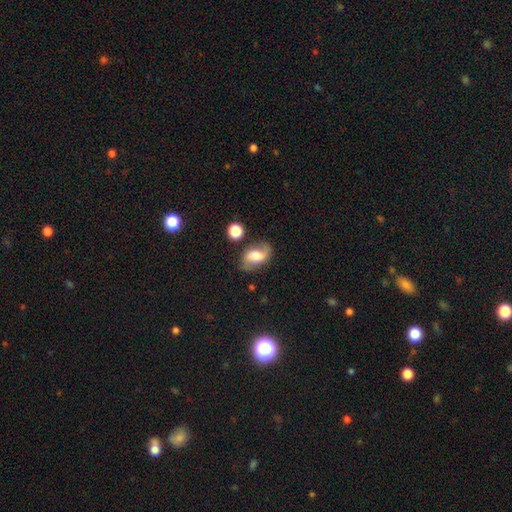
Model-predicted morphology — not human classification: Overall: featured or disk (56%; smooth 35%). Edge-on disk: no (96%). Bar: weak (42%; no 41%). Spiral arms: yes (86%). Bulge size: moderate (44%; large 29%). Merging: none (68%).